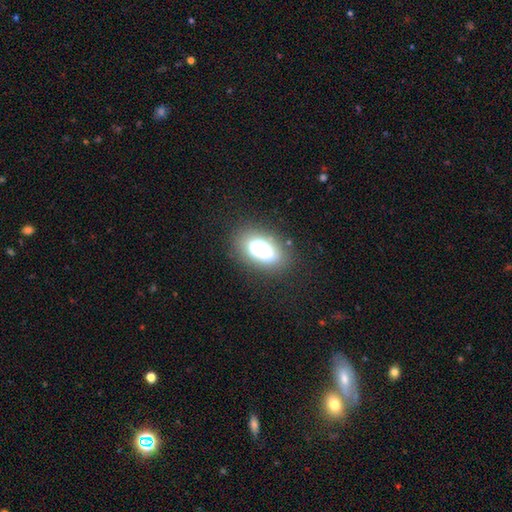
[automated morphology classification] A smooth galaxy with no disk features (58%) that is in between round and cigar-shaped (88%).

Vote fractions:
- Smooth or featured? smooth: 58% / featured or disk: 30% / star or artifact: 12%
- How rounded? in between: 88% / round: 10% / cigar-shaped: 2%
- Merging? none: 69% / minor disturbance: 18% / major disturbance: 8% / merger: 5%